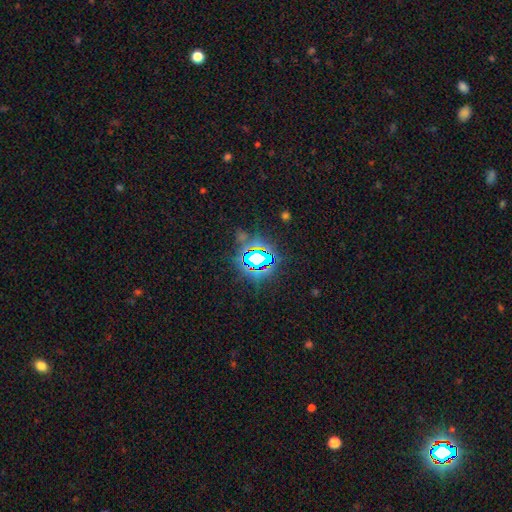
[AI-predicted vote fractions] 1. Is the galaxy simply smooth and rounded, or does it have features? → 72% star or artifact, 16% smooth, 11% featured or disk.